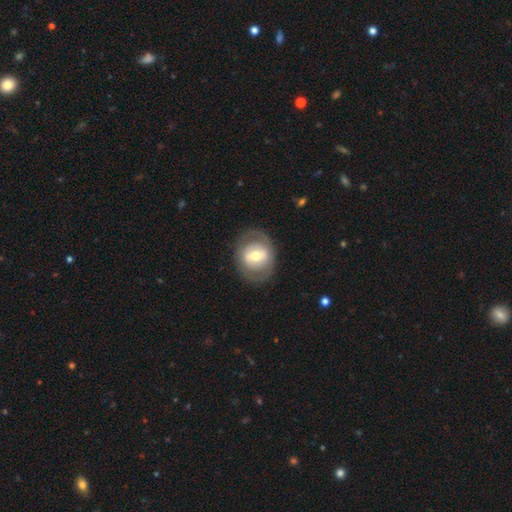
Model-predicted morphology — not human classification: smooth_or_featured: featured or disk (p=0.50) [alt: smooth p=0.43]
disk_edge_on: no (p=0.94) [alt: yes p=0.06]
merging: none (p=0.79) [alt: minor disturbance p=0.13]